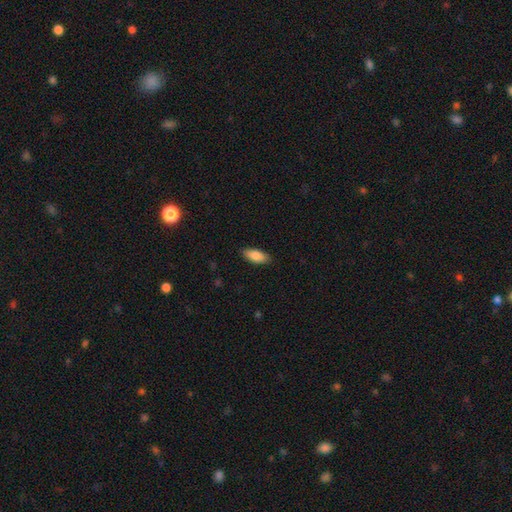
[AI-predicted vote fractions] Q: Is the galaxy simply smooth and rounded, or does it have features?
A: smooth — 85%.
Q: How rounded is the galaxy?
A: in between — 83%.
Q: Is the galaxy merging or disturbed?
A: none — 88%.